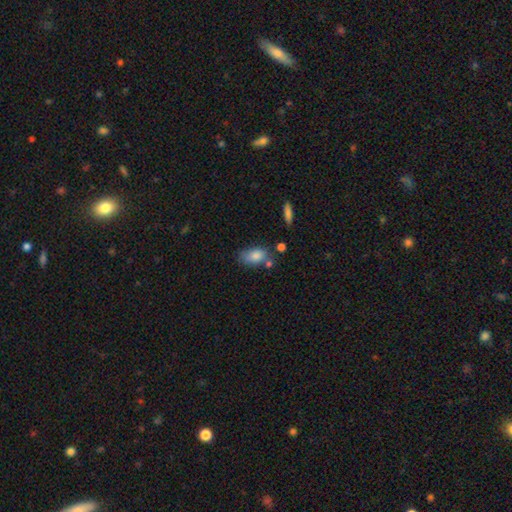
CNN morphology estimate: smooth_or_featured: smooth (p=0.81) [alt: featured or disk p=0.11]
how_rounded: in between (p=0.89) [alt: round p=0.07]
merging: none (p=0.54) [alt: minor disturbance p=0.27]